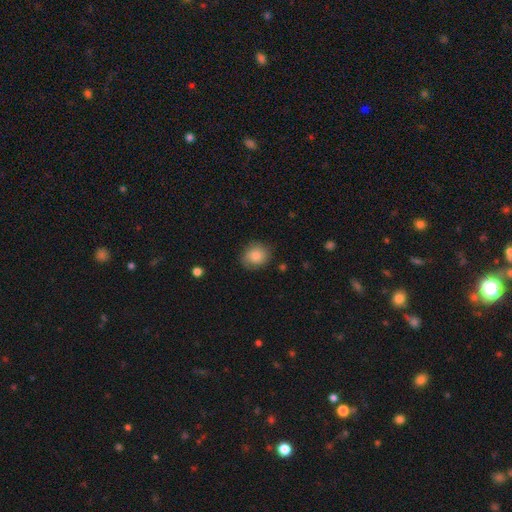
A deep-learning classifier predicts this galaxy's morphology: This appears to be a smooth galaxy with no disk features (80%) that is round (75%). Merging: none (77%).